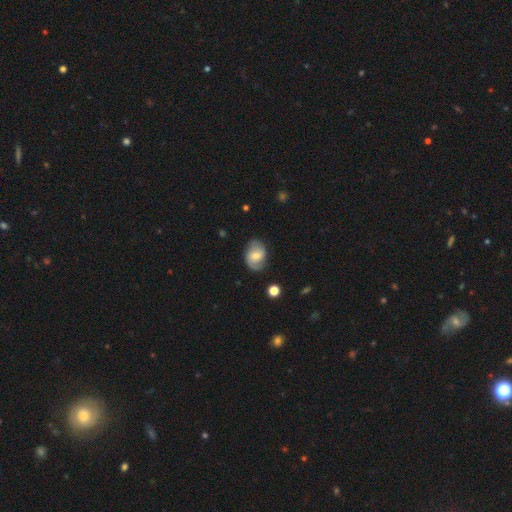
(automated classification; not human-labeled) The model was most divided on "smooth or featured": featured or disk: 51%, smooth: 42%, star or artifact: 8%. More confident: edge-on disk — no (96%); merging — none (71%).